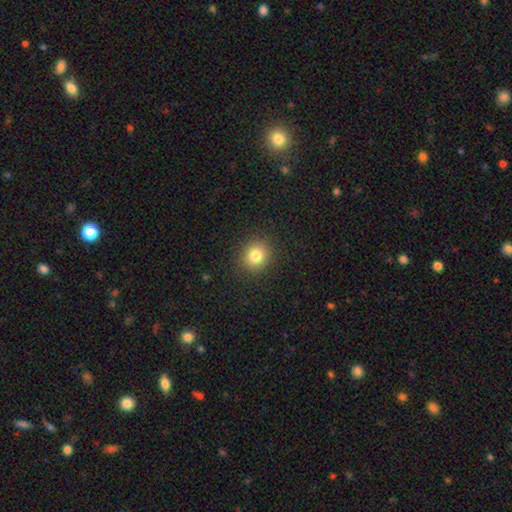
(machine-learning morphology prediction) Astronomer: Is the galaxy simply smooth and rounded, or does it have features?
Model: smooth — 82%.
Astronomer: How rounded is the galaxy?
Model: round — 83%.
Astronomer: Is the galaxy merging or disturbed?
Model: none — 90%.